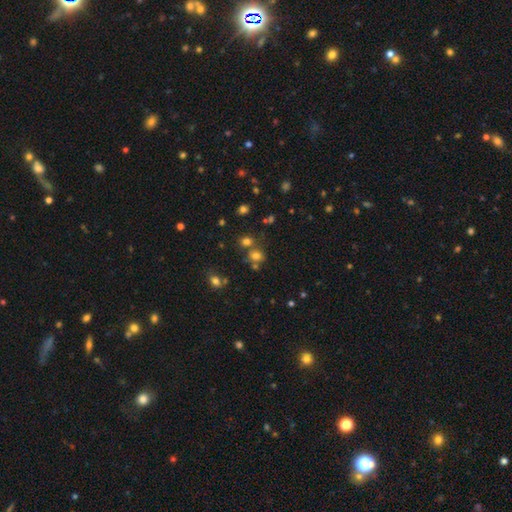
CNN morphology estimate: type=smooth (69%); roundness=round (70%); merging=none (60%).